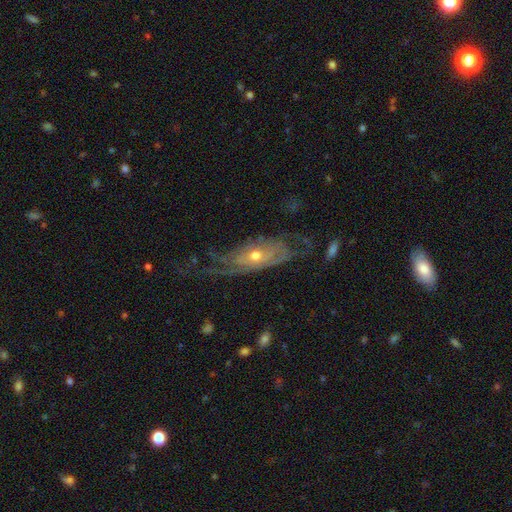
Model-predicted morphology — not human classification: Smooth or featured? featured or disk (78%)
Edge-on disk? no (85%)
Bar? no (78%)
Spiral arms? yes (80%)
Spiral winding? tight (45%)
Spiral arm count? can't tell (42%)
Bulge size? moderate (57%)
Merging? none (50%)